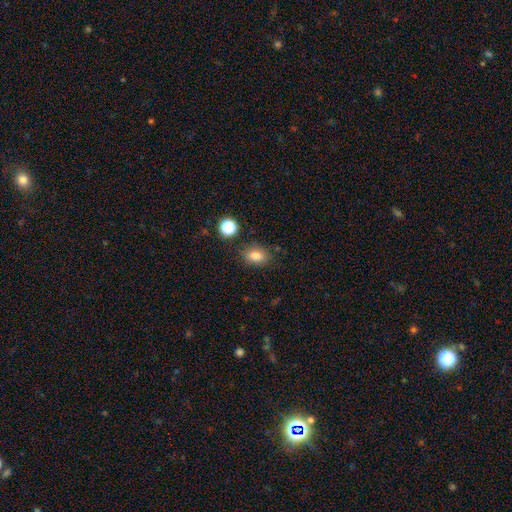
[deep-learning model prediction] Q: Smooth or featured?
A: smooth (81%); runner-up: star or artifact (12%)
Q: How rounded?
A: in between (75%); runner-up: round (24%)
Q: Merging?
A: none (80%); runner-up: minor disturbance (13%)